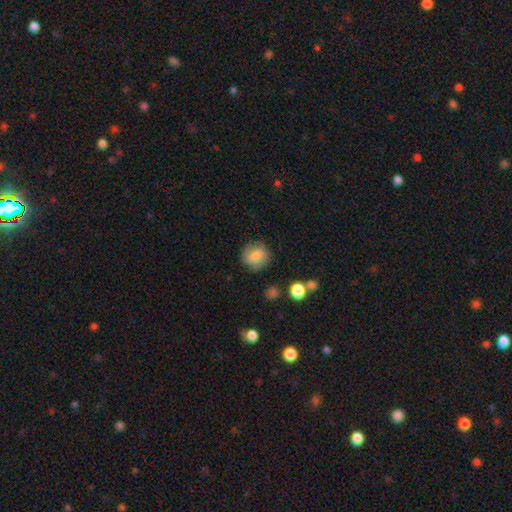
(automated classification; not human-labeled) Q: Smooth or featured?
A: smooth (79%); runner-up: featured or disk (12%)
Q: How rounded?
A: round (84%); runner-up: in between (15%)
Q: Merging?
A: none (80%); runner-up: minor disturbance (14%)